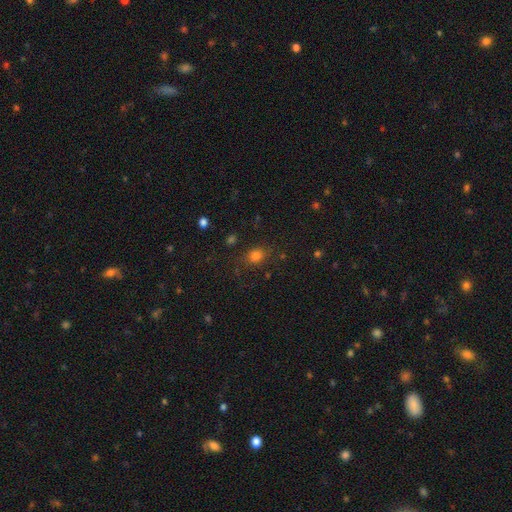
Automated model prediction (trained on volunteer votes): The model was most divided on "how rounded": round: 51%, in between: 47%, cigar-shaped: 2%. More confident: smooth or featured — smooth (76%); merging — none (75%).